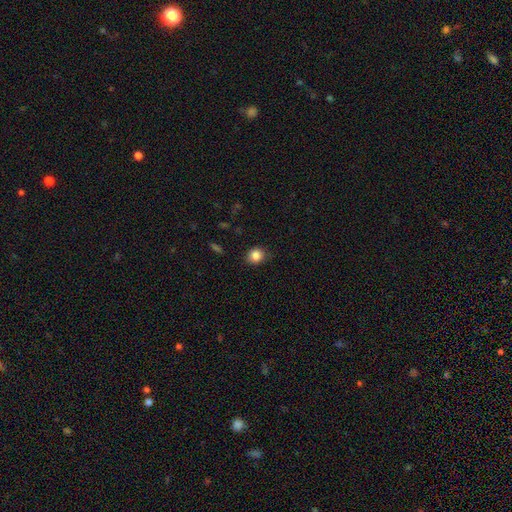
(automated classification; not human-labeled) smooth_or_featured: smooth (p=0.85) [alt: star or artifact p=0.10]
how_rounded: round (p=0.75) [alt: in between p=0.24]
merging: none (p=0.84) [alt: minor disturbance p=0.12]